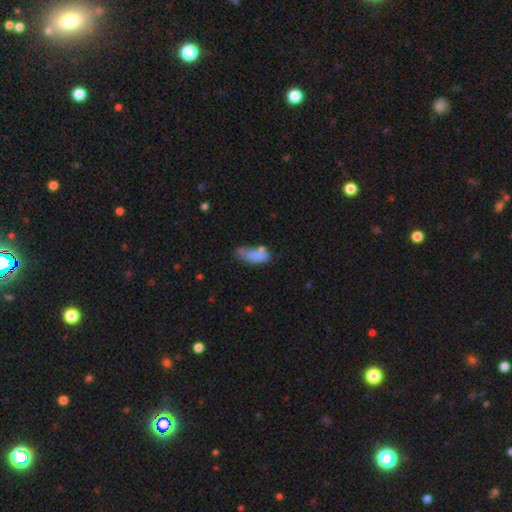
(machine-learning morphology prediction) The model was most divided on "merging": none: 40%, minor disturbance: 30%, major disturbance: 16%, merger: 14%. More confident: smooth or featured — smooth (75%); how rounded — in between (72%).